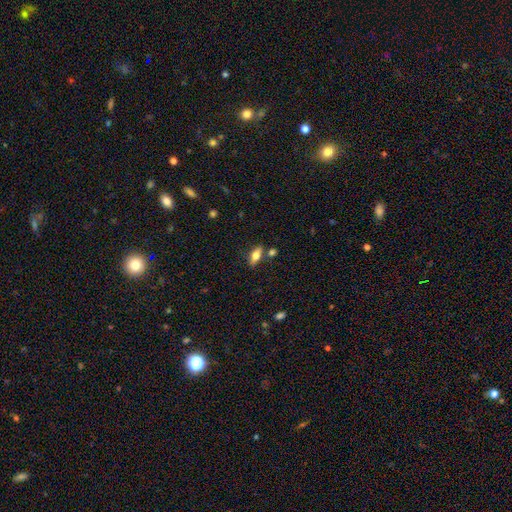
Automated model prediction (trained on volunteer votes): Smooth or featured? Predicted: smooth (p=0.61). How rounded? Predicted: in between (p=0.75). Merging? Predicted: none (p=0.74).